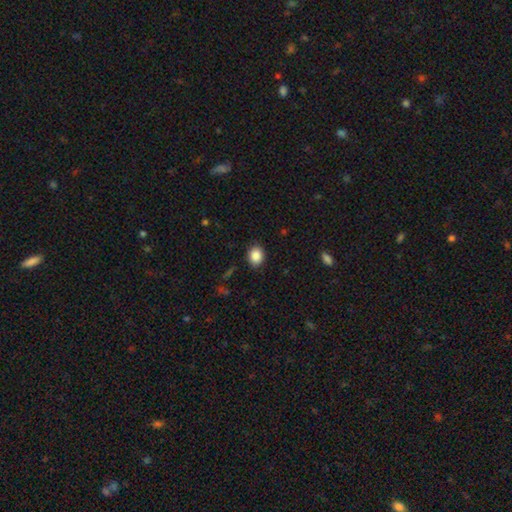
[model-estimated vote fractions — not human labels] The model was most divided on "how rounded": round: 51%, in between: 48%, cigar-shaped: 1%. More confident: merging — none (88%); smooth or featured — smooth (88%).